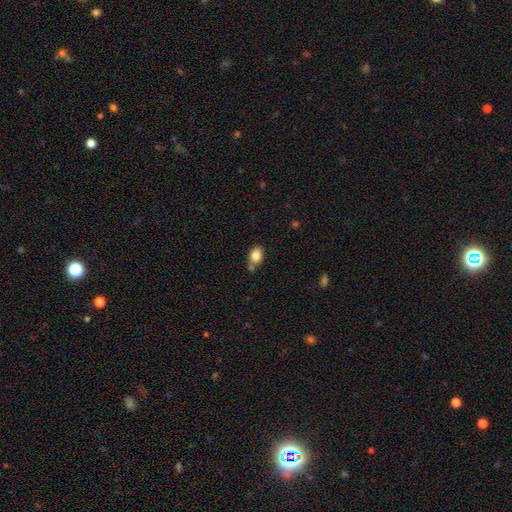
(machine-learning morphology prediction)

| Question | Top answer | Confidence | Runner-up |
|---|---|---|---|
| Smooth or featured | smooth | 84% | star or artifact (8%) |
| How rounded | in between | 79% | round (20%) |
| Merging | none | 64% | minor disturbance (17%) |